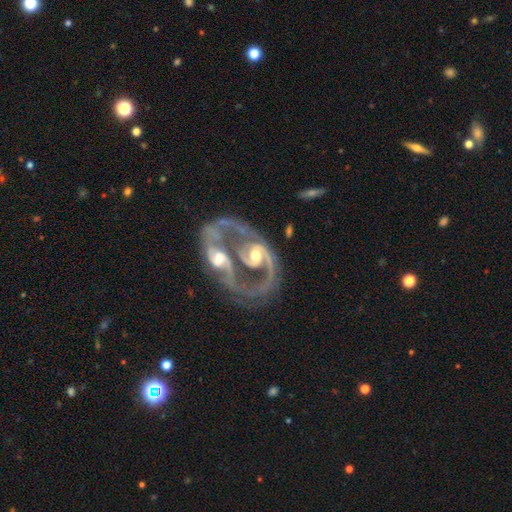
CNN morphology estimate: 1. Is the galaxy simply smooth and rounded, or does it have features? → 85% featured or disk, 9% smooth, 6% star or artifact.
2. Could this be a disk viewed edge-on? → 97% no, 3% yes.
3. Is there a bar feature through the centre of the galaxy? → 57% no, 29% weak, 14% strong.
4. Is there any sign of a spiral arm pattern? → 78% yes, 22% no.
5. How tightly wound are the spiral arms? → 45% medium, 32% loose, 24% tight.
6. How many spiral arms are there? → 62% 2, 18% 1, 13% can't tell, 3% 3, 2% 4, 2% more than 4.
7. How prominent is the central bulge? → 63% moderate, 23% small, 9% large, 3% none, 2% dominant.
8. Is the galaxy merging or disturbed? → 67% merger, 14% major disturbance, 12% none, 7% minor disturbance.